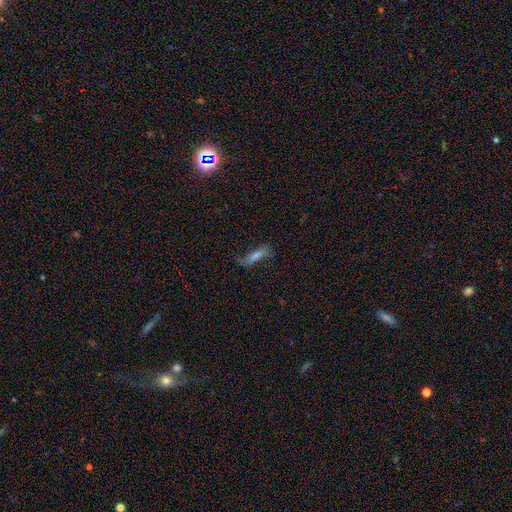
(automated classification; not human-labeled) Smooth or featured?
  - smooth: 47% *
  - featured or disk: 37%
  - star or artifact: 16%
Merging?
  - none: 64% *
  - minor disturbance: 23%
  - major disturbance: 11%
  - merger: 2%